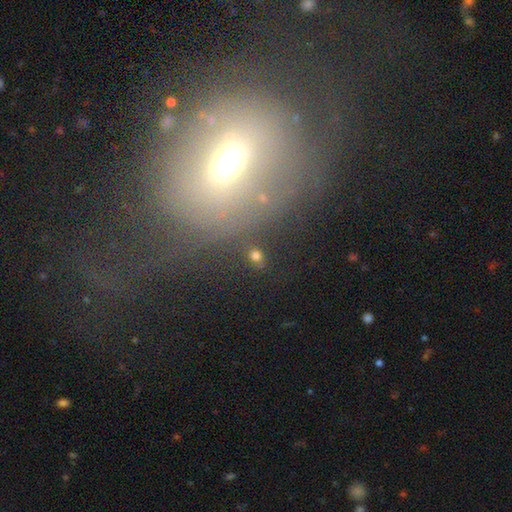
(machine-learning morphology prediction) Smooth or featured?
  - smooth: 72% *
  - star or artifact: 20%
  - featured or disk: 8%
How rounded?
  - round: 56% *
  - in between: 42%
  - cigar-shaped: 2%
Merging?
  - none: 81% *
  - minor disturbance: 10%
  - merger: 5%
  - major disturbance: 5%